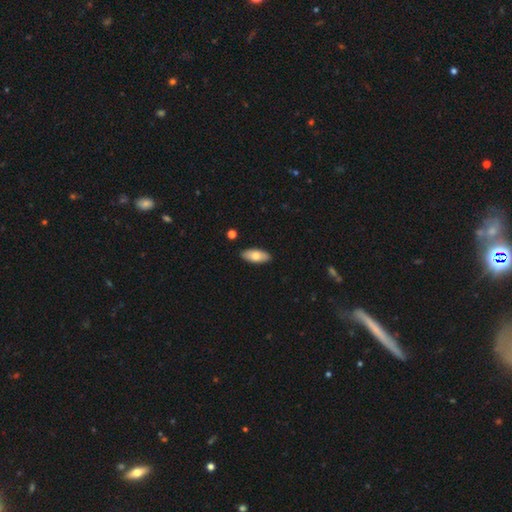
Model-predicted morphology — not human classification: smooth-or-featured: smooth: 76% | featured or disk: 19% | star or artifact: 6%
  how-rounded: in between: 86% | cigar-shaped: 12% | round: 2%
  merging: none: 90% | minor disturbance: 8% | major disturbance: 1% | merger: 1%